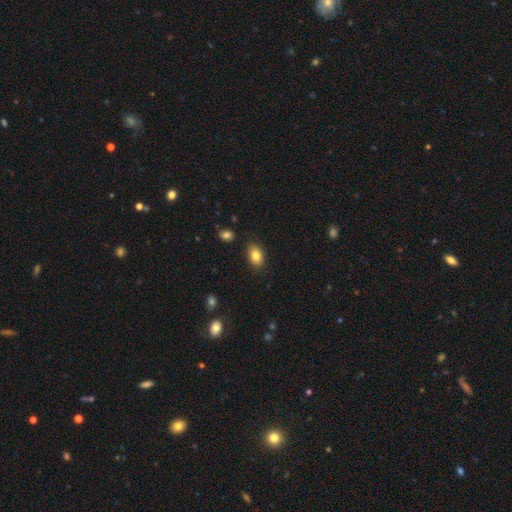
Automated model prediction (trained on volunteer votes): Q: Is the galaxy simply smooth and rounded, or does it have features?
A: smooth — 82%.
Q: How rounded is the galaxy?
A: in between — 87%.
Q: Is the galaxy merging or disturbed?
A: none — 85%.